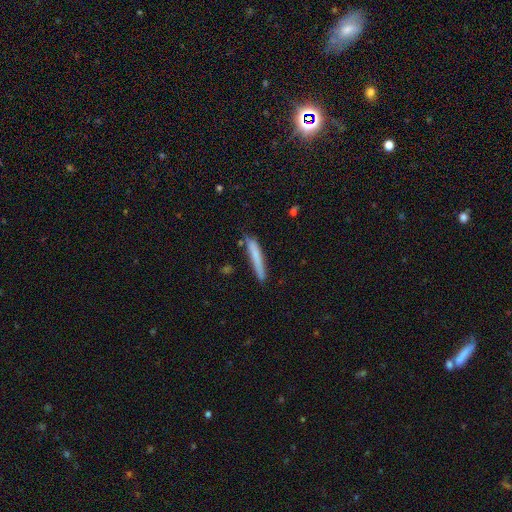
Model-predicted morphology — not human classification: This appears to be a smooth galaxy with no disk features (71%) that is cigar-shaped (95%). Merging: none (77%).